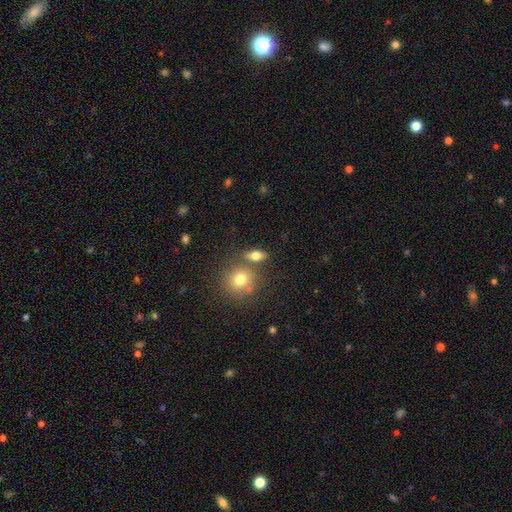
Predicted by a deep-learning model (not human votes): Smooth or featured: smooth — 73% (featured or disk — 16%)
How rounded: in between — 64% (round — 27%)
Merging: none — 67% (merger — 18%)